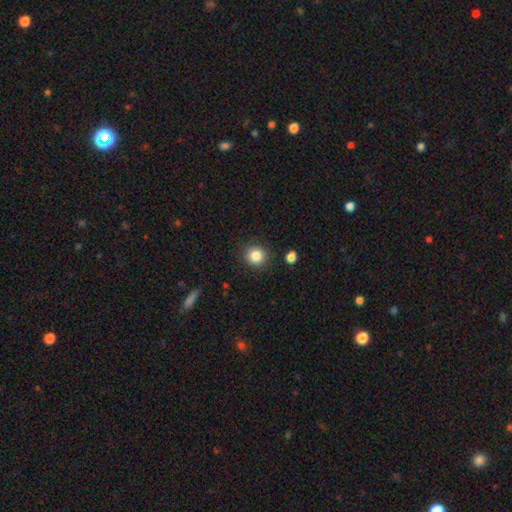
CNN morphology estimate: Smooth or featured?
  - smooth: 85% *
  - star or artifact: 10%
  - featured or disk: 5%
How rounded?
  - round: 91% *
  - in between: 8%
  - cigar-shaped: 1%
Merging?
  - none: 89% *
  - minor disturbance: 7%
  - major disturbance: 2%
  - merger: 2%